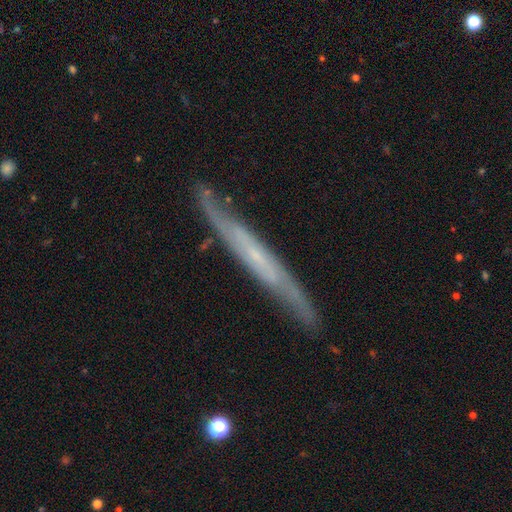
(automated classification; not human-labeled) A featured or disk galaxy (76%) viewed edge-on (77%) with no central bulge (72%).

Vote fractions:
- Smooth or featured? featured or disk: 76% / smooth: 18% / star or artifact: 6%
- Edge-on disk? yes: 77% / no: 23%
- Edge-on bulge? none: 72% / rounded: 23% / boxy: 5%
- Merging? none: 79% / minor disturbance: 16% / major disturbance: 3% / merger: 2%